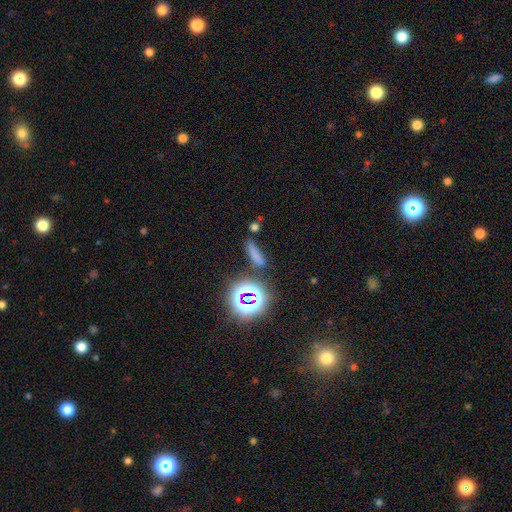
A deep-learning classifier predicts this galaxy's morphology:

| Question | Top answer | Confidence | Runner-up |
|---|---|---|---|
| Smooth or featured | smooth | 65% | star or artifact (24%) |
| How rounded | cigar-shaped | 71% | in between (22%) |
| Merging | none | 71% | minor disturbance (15%) |